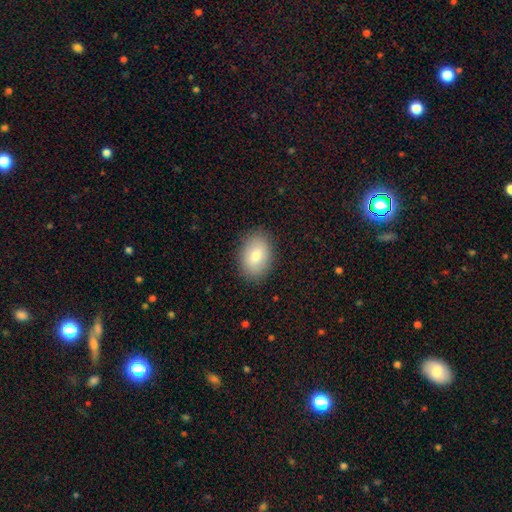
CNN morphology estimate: The model was most divided on "how rounded": in between: 83%, round: 16%, cigar-shaped: 1%. More confident: merging — none (86%); smooth or featured — smooth (80%).